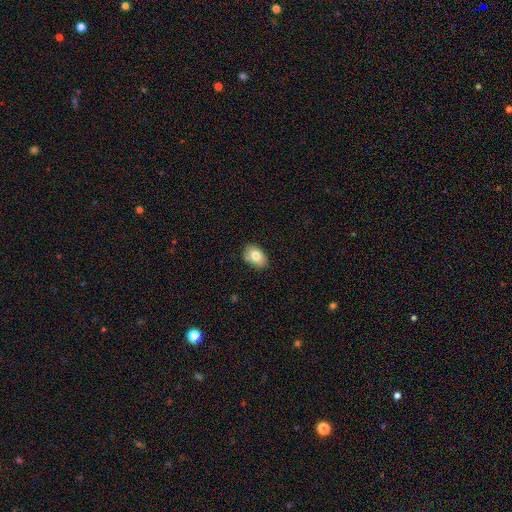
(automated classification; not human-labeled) Smooth or featured: smooth — 78% (featured or disk — 14%)
How rounded: in between — 86% (round — 13%)
Merging: none — 78% (minor disturbance — 17%)